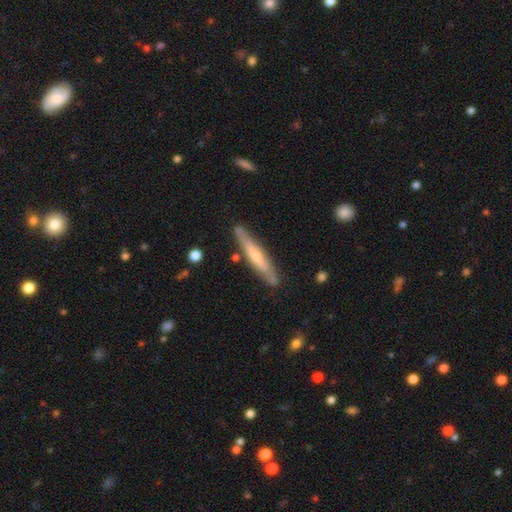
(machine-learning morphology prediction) Smooth or featured: featured or disk — 54% (smooth — 41%)
Edge-on disk: yes — 89% (no — 11%)
Merging: none — 82% (minor disturbance — 13%)